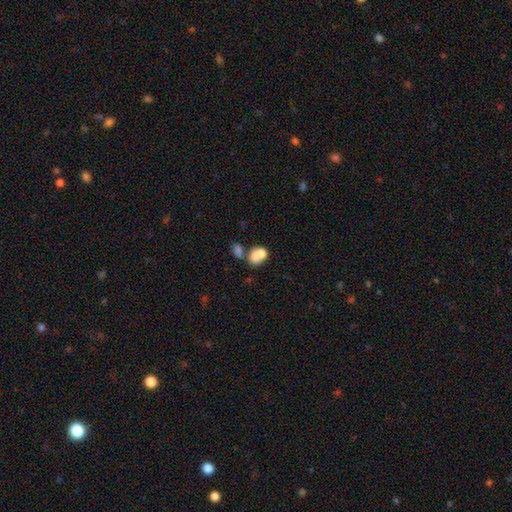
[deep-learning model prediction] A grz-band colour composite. It shows a smooth galaxy with no disk features (68%) that is in between round and cigar-shaped (55%). Merging: merger (65%).